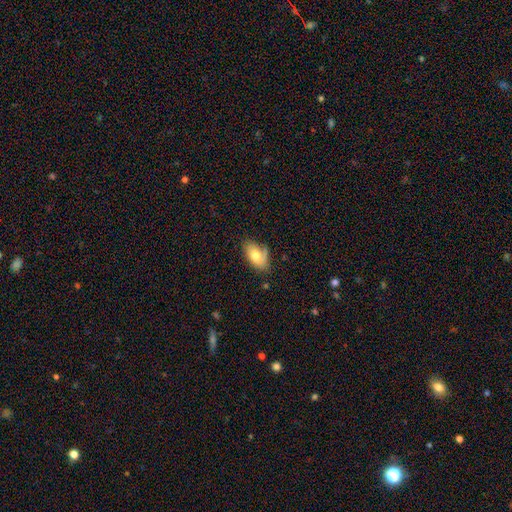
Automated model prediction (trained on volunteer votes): Smooth or featured?
  - smooth: 70% *
  - featured or disk: 23%
  - star or artifact: 7%
How rounded?
  - in between: 92% *
  - round: 5%
  - cigar-shaped: 3%
Merging?
  - none: 59% *
  - minor disturbance: 27%
  - major disturbance: 9%
  - merger: 5%